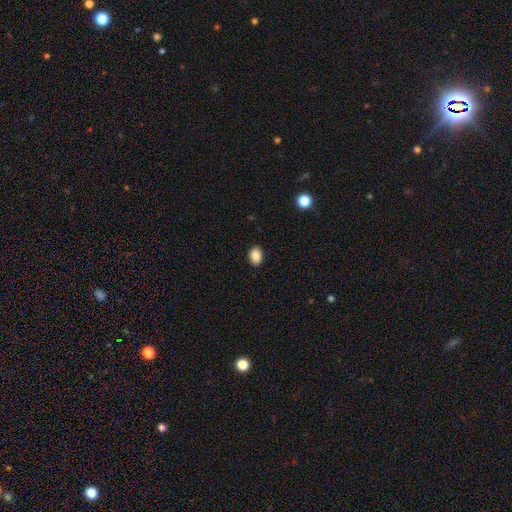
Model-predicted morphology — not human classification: smooth_or_featured: smooth (p=0.88) [alt: star or artifact p=0.09]
how_rounded: in between (p=0.70) [alt: round p=0.29]
merging: none (p=0.90) [alt: minor disturbance p=0.07]